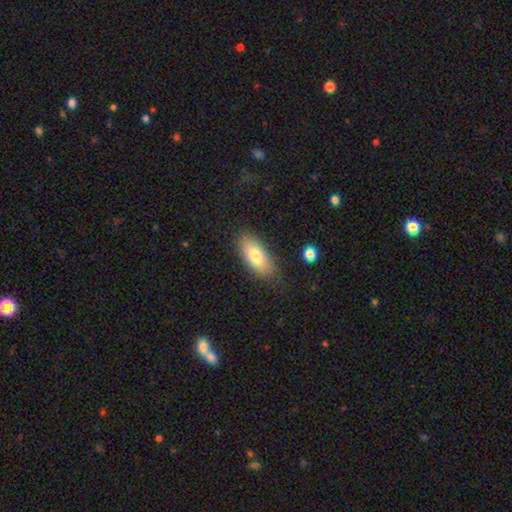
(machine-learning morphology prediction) Smooth or featured? smooth (78%)
How rounded? in between (88%)
Merging? none (81%)